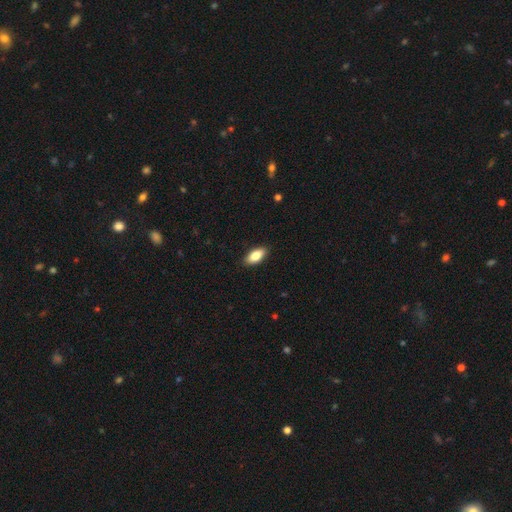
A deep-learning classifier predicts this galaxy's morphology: smooth-or-featured: smooth: 84% | featured or disk: 10% | star or artifact: 7%
  how-rounded: in between: 89% | cigar-shaped: 8% | round: 3%
  merging: none: 88% | minor disturbance: 9% | major disturbance: 2% | merger: 1%